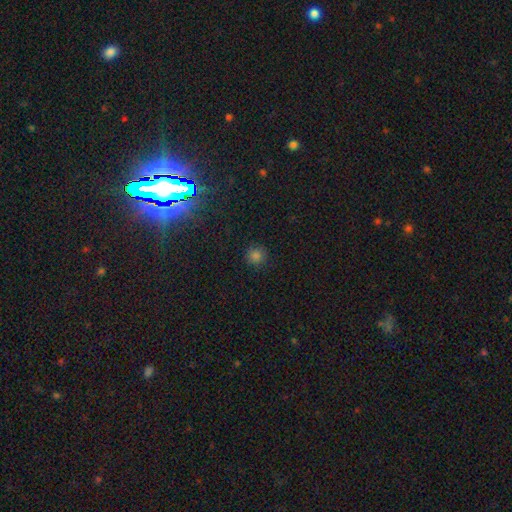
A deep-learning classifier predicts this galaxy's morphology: Smooth or featured: smooth — 80% (star or artifact — 16%)
How rounded: round — 94% (in between — 5%)
Merging: none — 90% (minor disturbance — 7%)